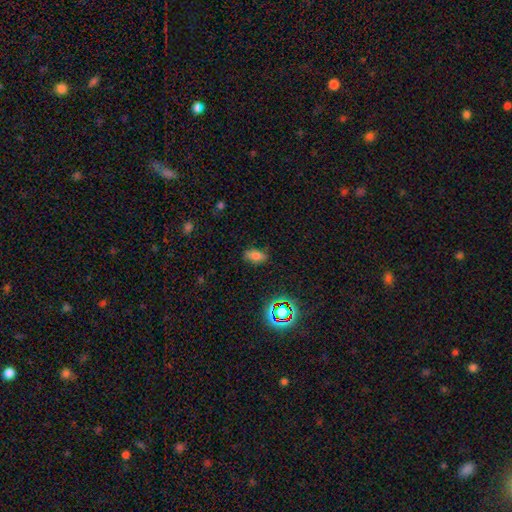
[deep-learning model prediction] This appears to be a smooth galaxy with no disk features (73%) that is in between round and cigar-shaped (88%). Merging: none (80%).